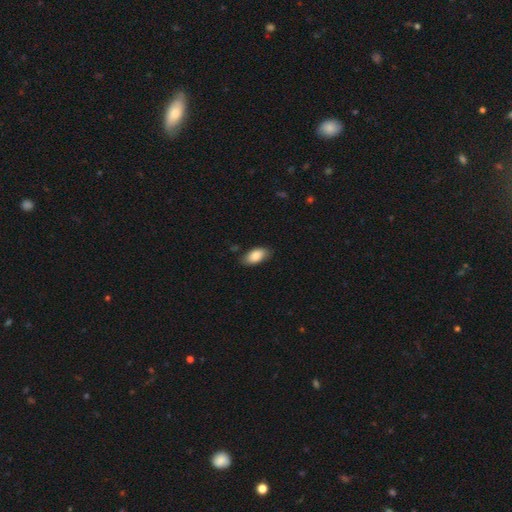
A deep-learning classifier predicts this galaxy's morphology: smooth 87%, featured or disk 7%, star or artifact 6%. Down the decision tree: how rounded — in between (93%); merging — none (81%).